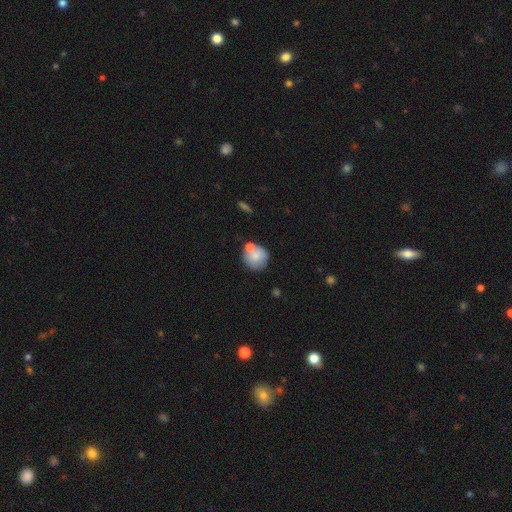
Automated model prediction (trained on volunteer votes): Morphology: type=smooth (76%); roundness=round (90%); merging=none (60%).